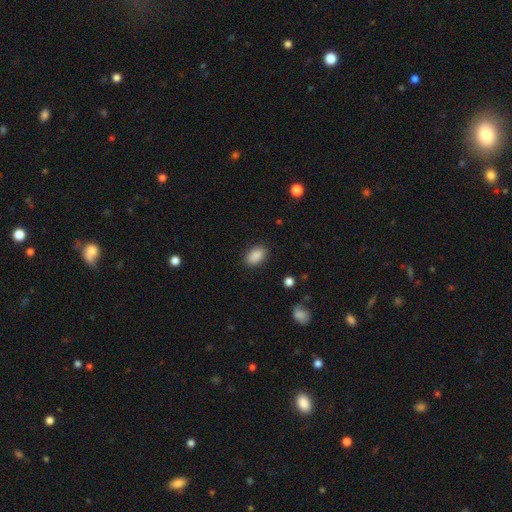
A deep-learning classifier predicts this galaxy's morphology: A smooth galaxy with no disk features (89%) that is in between round and cigar-shaped (90%). Merging: none (87%).